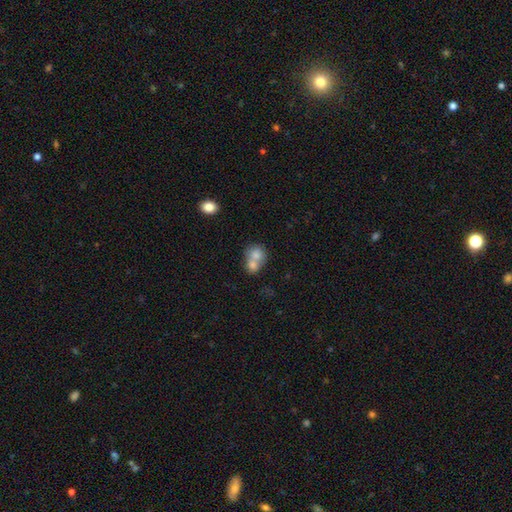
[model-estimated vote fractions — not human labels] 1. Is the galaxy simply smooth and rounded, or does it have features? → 74% smooth, 17% featured or disk, 9% star or artifact.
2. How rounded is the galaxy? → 65% round, 34% in between, 1% cigar-shaped.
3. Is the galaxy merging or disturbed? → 69% merger, 22% none, 6% minor disturbance, 3% major disturbance.